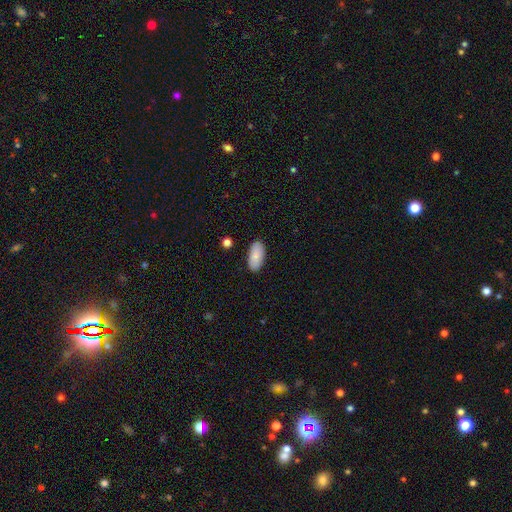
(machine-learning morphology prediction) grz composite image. It shows a smooth galaxy with no disk features (86%) that is in between round and cigar-shaped (93%). Merging: none (88%).